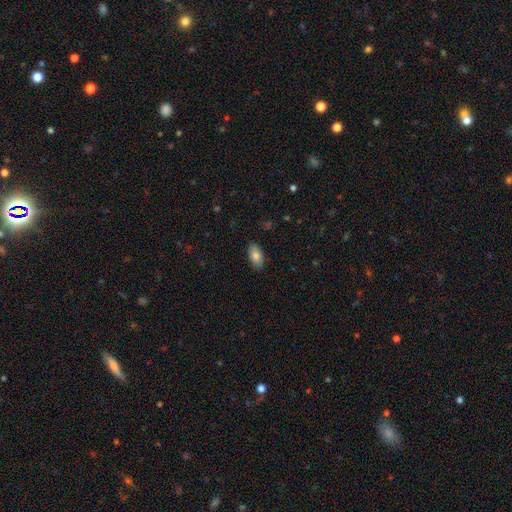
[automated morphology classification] type=smooth (82%); roundness=in between (93%); merging=none (87%).